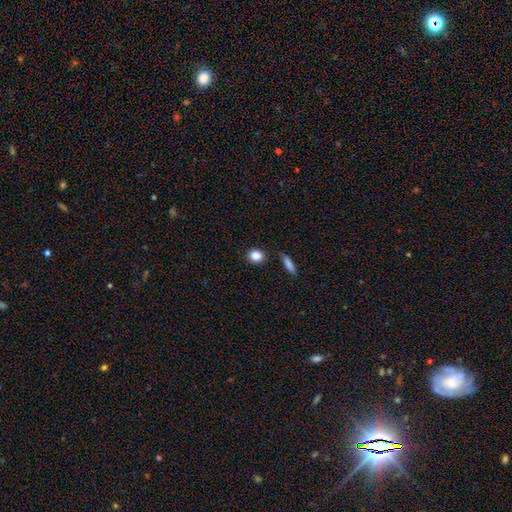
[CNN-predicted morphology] type=smooth (85%); roundness=round (73%); merging=none (88%).